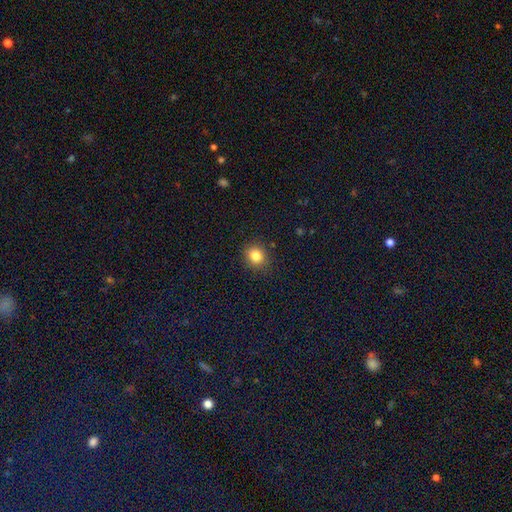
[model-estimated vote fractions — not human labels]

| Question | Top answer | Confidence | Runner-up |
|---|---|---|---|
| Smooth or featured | smooth | 83% | star or artifact (12%) |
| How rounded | round | 80% | in between (19%) |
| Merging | none | 89% | minor disturbance (8%) |